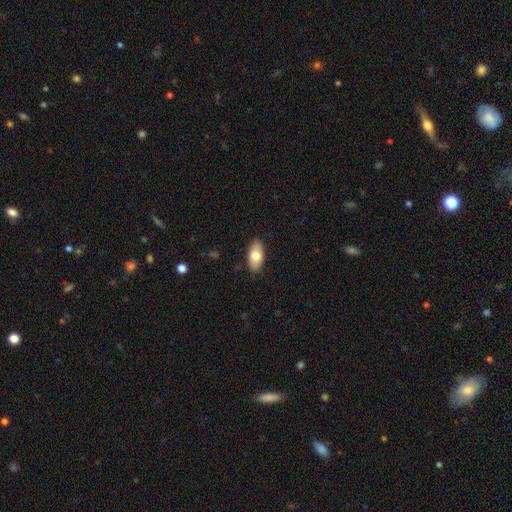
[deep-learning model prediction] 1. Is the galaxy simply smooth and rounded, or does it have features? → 73% smooth, 21% featured or disk, 6% star or artifact.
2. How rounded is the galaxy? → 91% in between, 6% cigar-shaped, 3% round.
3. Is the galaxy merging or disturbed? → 88% none, 9% minor disturbance, 2% major disturbance, 1% merger.